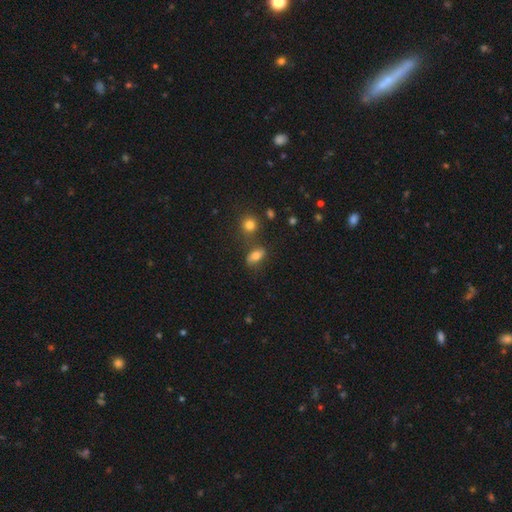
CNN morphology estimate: Smooth or featured?
  - smooth: 76% *
  - featured or disk: 13%
  - star or artifact: 11%
How rounded?
  - in between: 80% *
  - round: 13%
  - cigar-shaped: 7%
Merging?
  - none: 65% *
  - minor disturbance: 18%
  - merger: 11%
  - major disturbance: 6%